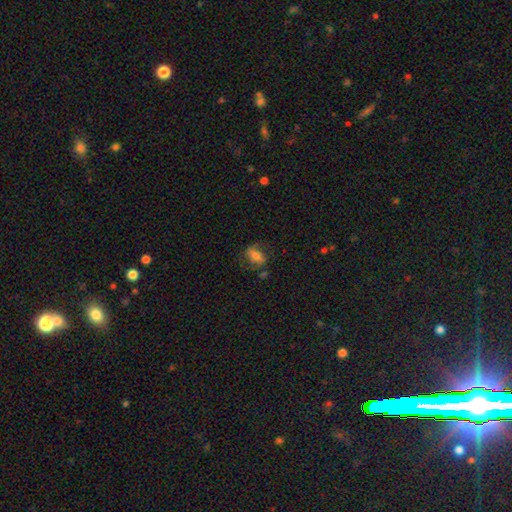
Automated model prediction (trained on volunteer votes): smooth 50%, featured or disk 40%, star or artifact 10%. Down the decision tree: merging — none (58%).